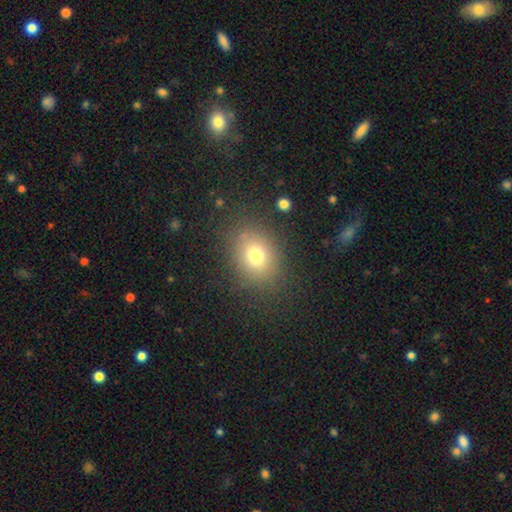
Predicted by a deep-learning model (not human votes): smooth-or-featured: smooth: 75% | star or artifact: 14% | featured or disk: 11%
  how-rounded: in between: 52% | round: 47% | cigar-shaped: 1%
  merging: none: 82% | minor disturbance: 11% | major disturbance: 5% | merger: 2%